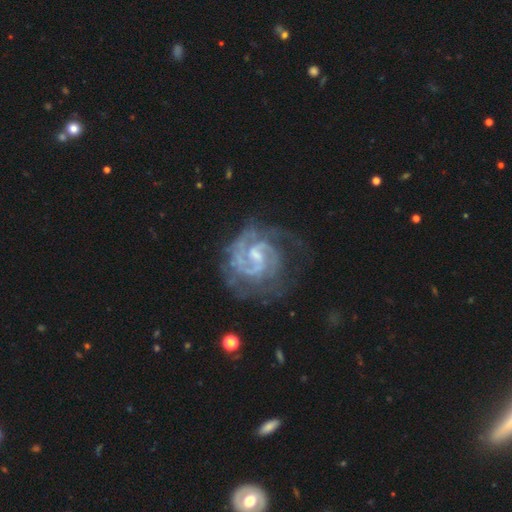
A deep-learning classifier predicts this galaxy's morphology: featured or disk 90%, star or artifact 6%, smooth 4%. Down the decision tree: edge-on disk — no (98%); bar — weak (57%); spiral arms — yes (97%); spiral arm count — 2 (63%); spiral winding — tight (51%); bulge size — small (52%); merging — none (60%).